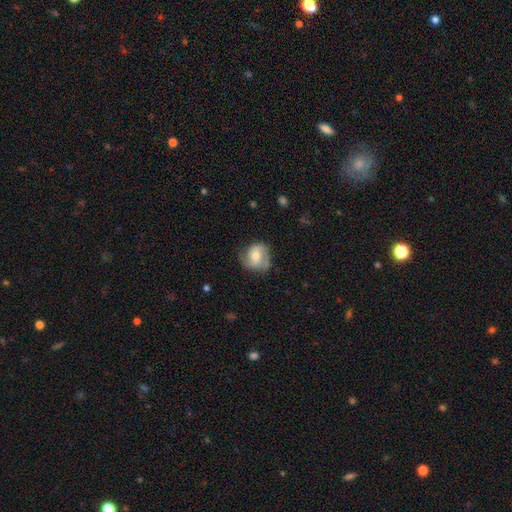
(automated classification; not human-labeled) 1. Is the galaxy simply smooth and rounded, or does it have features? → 54% featured or disk, 39% smooth, 7% star or artifact.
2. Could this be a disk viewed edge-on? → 97% no, 3% yes.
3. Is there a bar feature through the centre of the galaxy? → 55% no, 34% weak, 11% strong.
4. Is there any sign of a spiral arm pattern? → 84% yes, 16% no.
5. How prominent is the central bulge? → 61% moderate, 30% small, 6% large, 2% none, 1% dominant.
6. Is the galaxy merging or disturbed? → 64% none, 25% minor disturbance, 10% major disturbance, 2% merger.